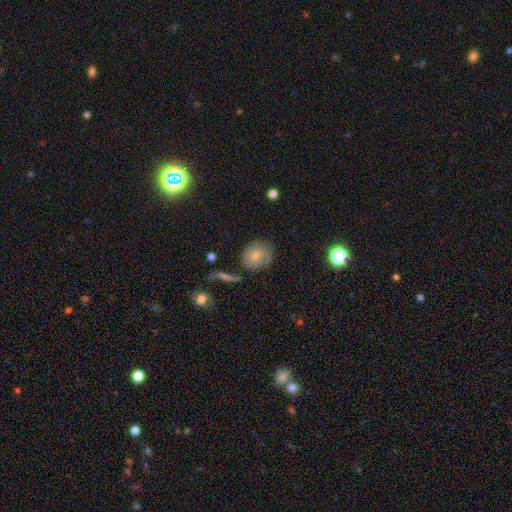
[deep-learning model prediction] smooth 69%, featured or disk 22%, star or artifact 9%. Down the decision tree: how rounded — round (65%); merging — none (68%).